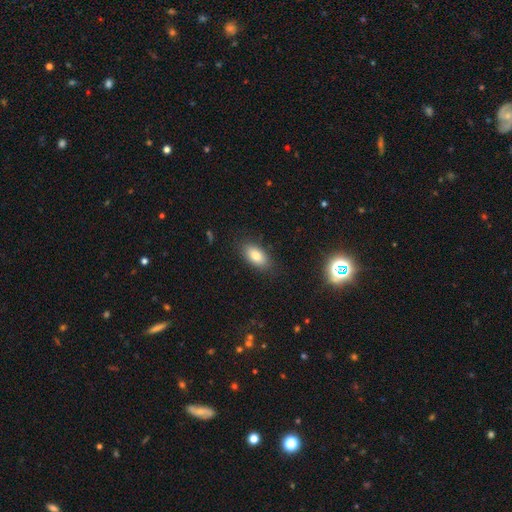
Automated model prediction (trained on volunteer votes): Morphology: type=smooth (82%); roundness=in between (91%); merging=none (84%).